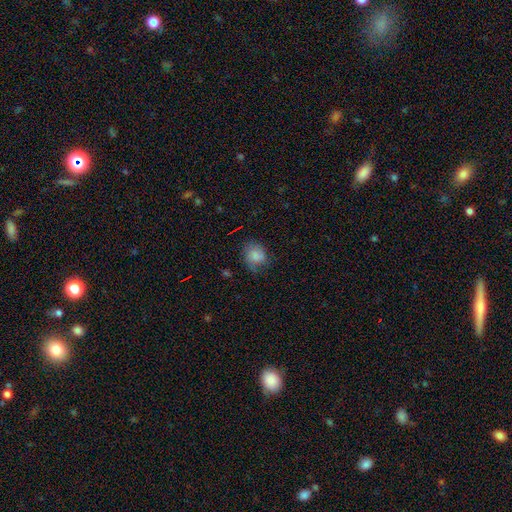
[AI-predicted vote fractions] smooth 77%, featured or disk 14%, star or artifact 9%. Down the decision tree: how rounded — round (66%); merging — none (58%).